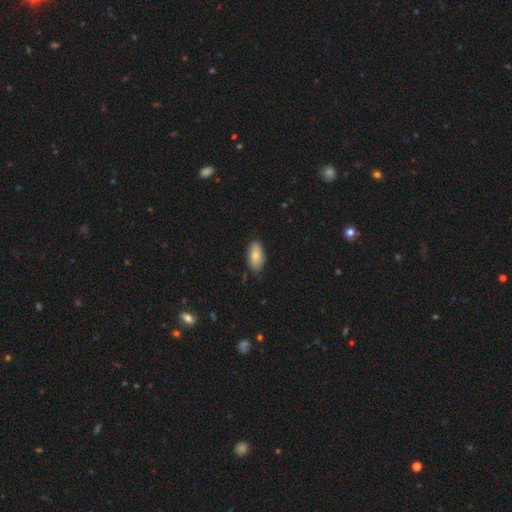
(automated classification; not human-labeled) This is likely a smooth galaxy (76%). How rounded: clearly in between (93%). Merging: clearly none (80%).